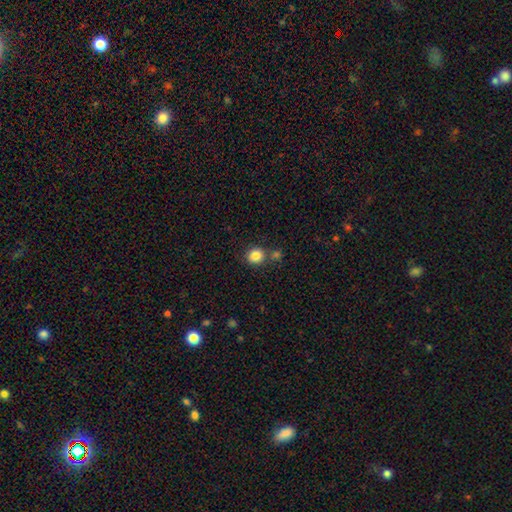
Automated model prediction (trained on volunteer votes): A smooth galaxy with no disk features (85%) that is round (86%).

Vote fractions:
- Smooth or featured? smooth: 85% / star or artifact: 10% / featured or disk: 5%
- How rounded? round: 86% / in between: 13% / cigar-shaped: 1%
- Merging? none: 73% / merger: 15% / minor disturbance: 9% / major disturbance: 3%